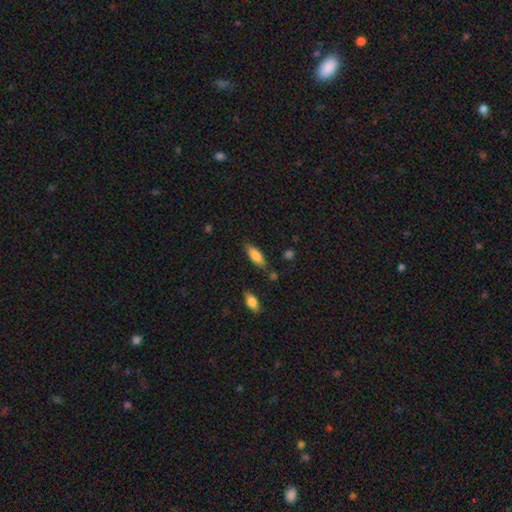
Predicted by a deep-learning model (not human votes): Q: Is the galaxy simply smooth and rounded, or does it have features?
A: smooth — 81%.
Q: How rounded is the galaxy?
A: in between — 66%.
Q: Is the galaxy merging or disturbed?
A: none — 78%.